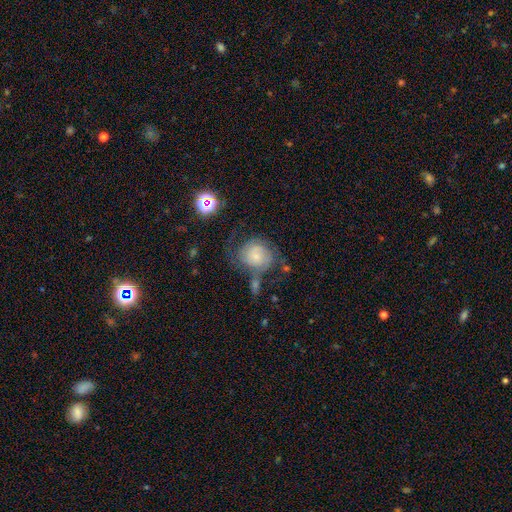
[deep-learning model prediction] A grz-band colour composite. It shows a featured or disk galaxy (50%). Merging: none (38%).